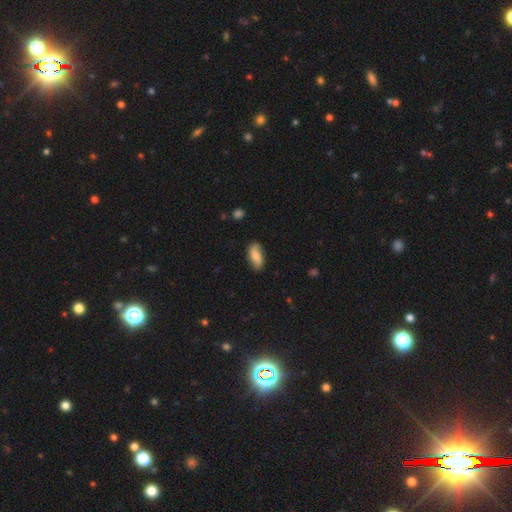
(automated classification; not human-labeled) smooth-or-featured: smooth: 70% | featured or disk: 24% | star or artifact: 7%
  how-rounded: in between: 86% | cigar-shaped: 12% | round: 3%
  merging: none: 81% | minor disturbance: 15% | major disturbance: 3% | merger: 1%